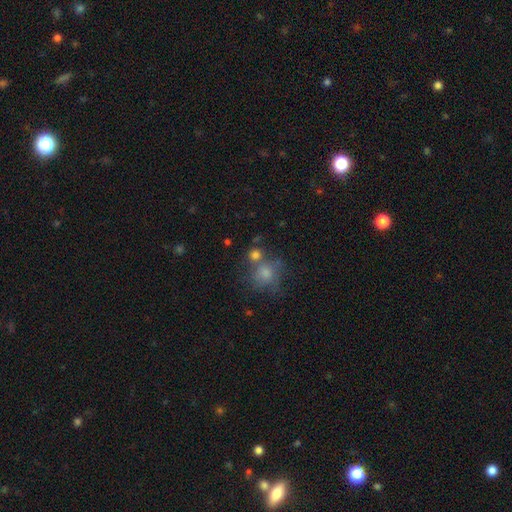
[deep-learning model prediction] Smooth or featured: smooth — 73% (star or artifact — 14%)
How rounded: round — 83% (in between — 16%)
Merging: none — 50% (merger — 29%)